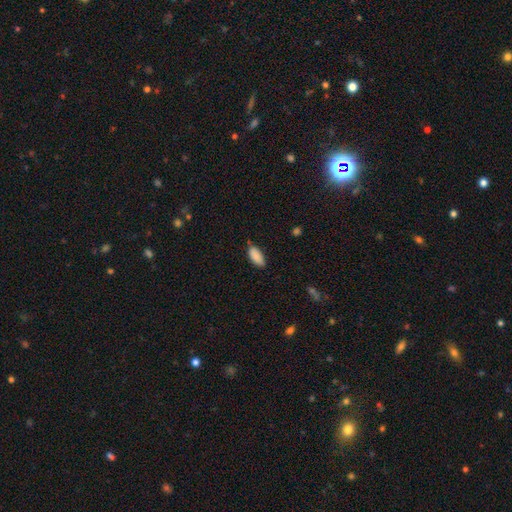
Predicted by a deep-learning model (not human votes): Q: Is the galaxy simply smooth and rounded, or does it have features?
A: smooth — 89%.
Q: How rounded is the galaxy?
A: in between — 89%.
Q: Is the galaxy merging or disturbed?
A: none — 79%.